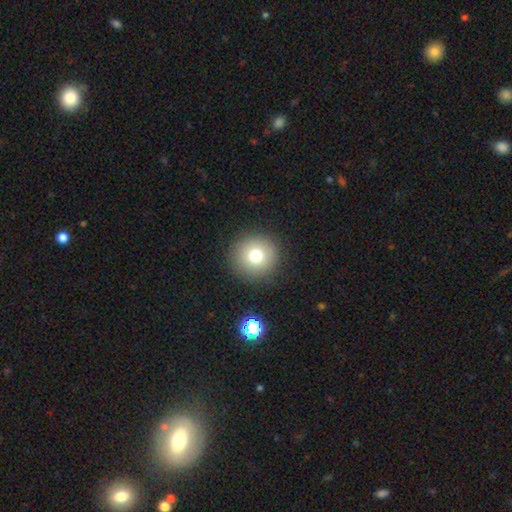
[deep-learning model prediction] This is likely a smooth galaxy (73%). How rounded: clearly round (95%). Merging: clearly none (90%).